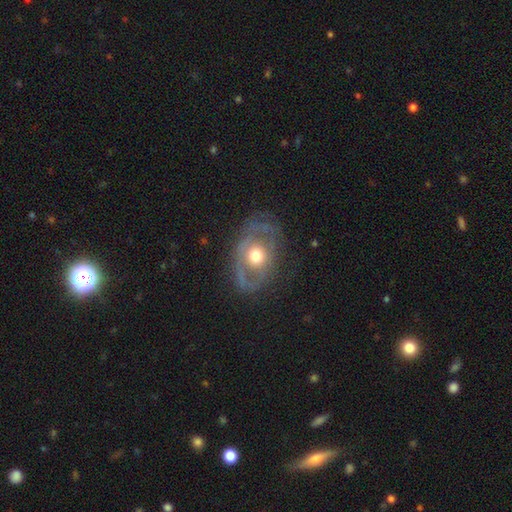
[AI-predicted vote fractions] A featured or disk galaxy (64%) with no bar (83%), no spiral arms (58%) and a moderate central bulge (70%). Merging: none (60%).